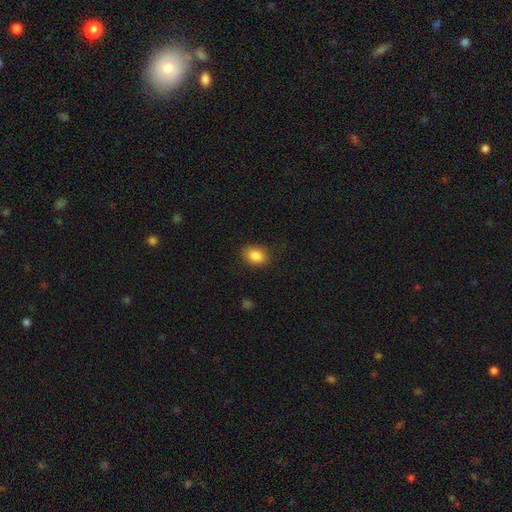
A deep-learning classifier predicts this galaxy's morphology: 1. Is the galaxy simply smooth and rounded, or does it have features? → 86% smooth, 9% star or artifact, 5% featured or disk.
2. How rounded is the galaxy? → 74% in between, 25% round, 1% cigar-shaped.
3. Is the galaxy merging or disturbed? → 84% none, 12% minor disturbance, 3% major disturbance, 1% merger.